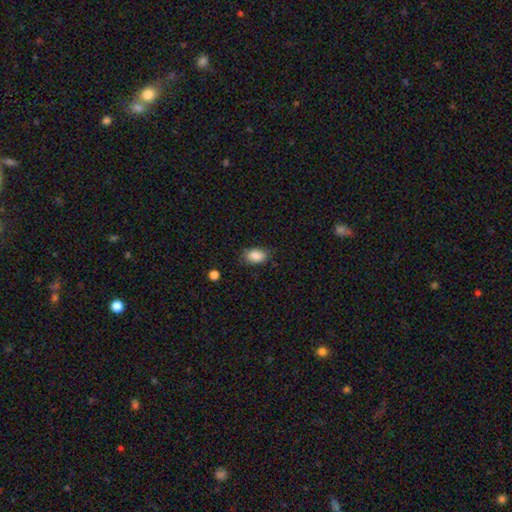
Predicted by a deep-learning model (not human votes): This is clearly a smooth galaxy (88%). How rounded: clearly in between (86%). Merging: likely none (77%).